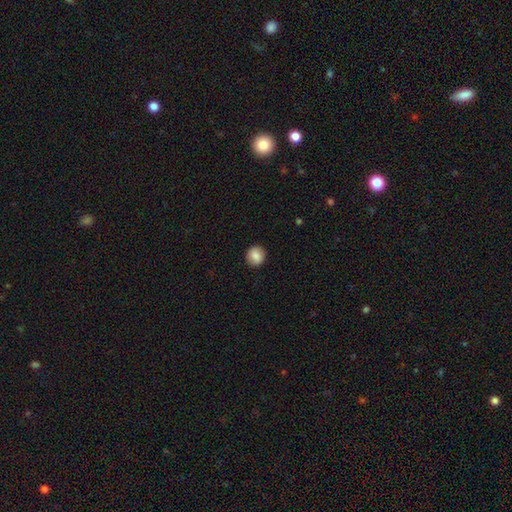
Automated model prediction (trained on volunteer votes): smooth_or_featured: smooth (p=0.85) [alt: star or artifact p=0.08]
how_rounded: round (p=0.88) [alt: in between p=0.11]
merging: none (p=0.91) [alt: minor disturbance p=0.06]